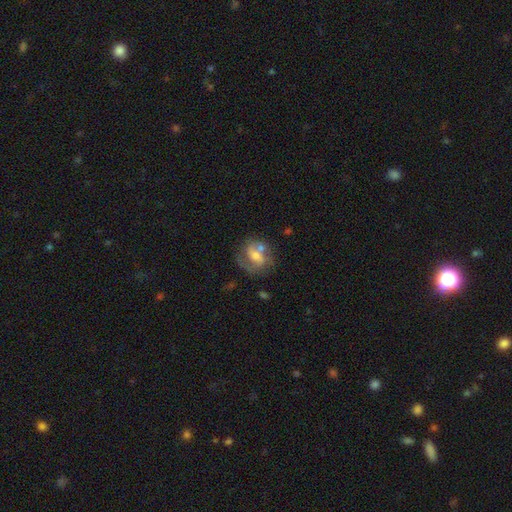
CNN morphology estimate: featured or disk 63%, smooth 29%, star or artifact 8%. Down the decision tree: edge-on disk — no (97%); bar — no (43%); spiral arms — yes (78%); bulge size — moderate (56%); merging — none (50%).